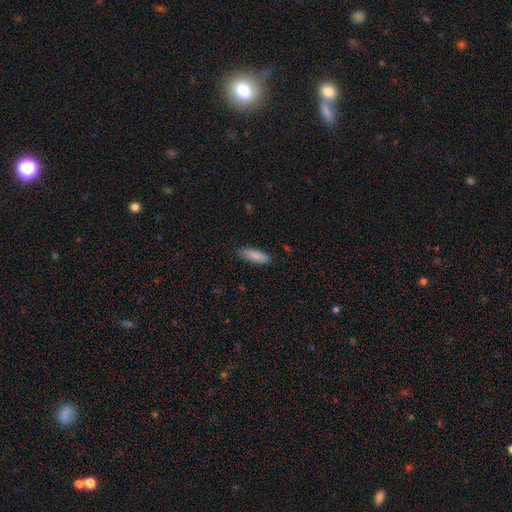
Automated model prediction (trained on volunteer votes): Q: Smooth or featured?
A: smooth (86%); runner-up: featured or disk (8%)
Q: How rounded?
A: in between (57%); runner-up: cigar-shaped (41%)
Q: Merging?
A: none (84%); runner-up: minor disturbance (13%)